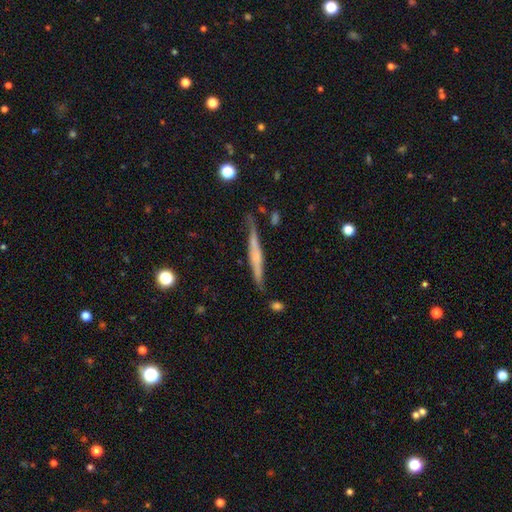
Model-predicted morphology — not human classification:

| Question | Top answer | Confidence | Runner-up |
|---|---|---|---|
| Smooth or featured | featured or disk | 62% | smooth (31%) |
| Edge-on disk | yes | 96% | no (4%) |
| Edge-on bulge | rounded | 42% | none (40%) |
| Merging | none | 80% | minor disturbance (14%) |